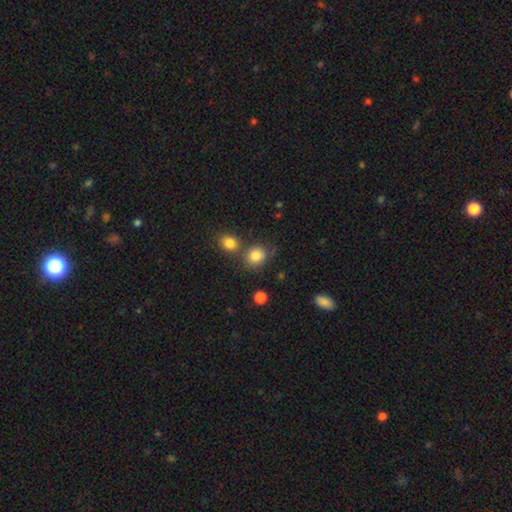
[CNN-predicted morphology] Smooth or featured? smooth (82%)
How rounded? round (73%)
Merging? none (62%)